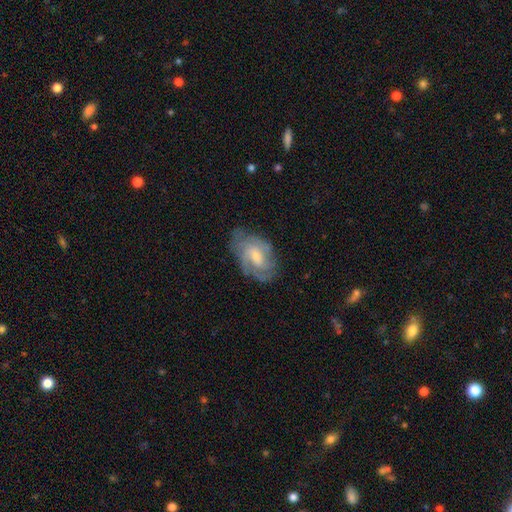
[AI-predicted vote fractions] Morphology: type=featured or disk (67%); edge-on=no (95%); bar=no (47%); spiral arms=yes (84%); winding=tight (47%); arm count=can't tell (41%); bulge=moderate (49%); merging=none (65%).